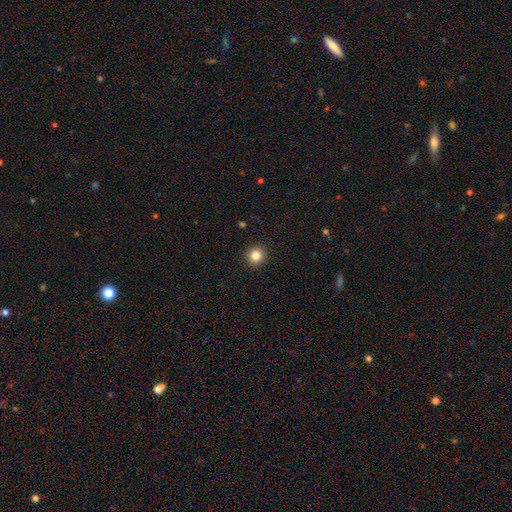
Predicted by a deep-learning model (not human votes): Smooth or featured? Predicted: smooth (p=0.84). How rounded? Predicted: round (p=0.91). Merging? Predicted: none (p=0.93).